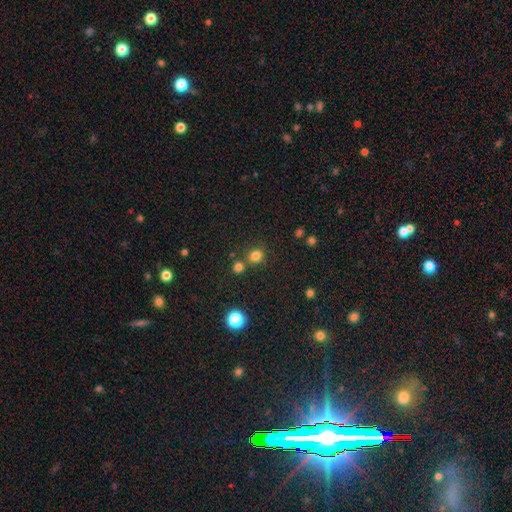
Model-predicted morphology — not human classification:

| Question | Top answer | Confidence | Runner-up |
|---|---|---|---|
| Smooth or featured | smooth | 79% | star or artifact (16%) |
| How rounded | round | 74% | in between (25%) |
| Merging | none | 69% | merger (18%) |